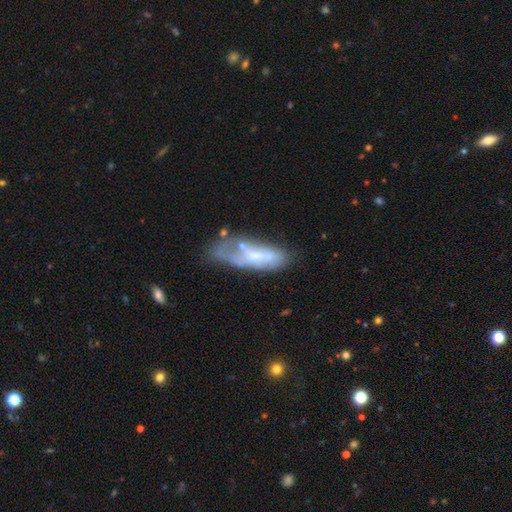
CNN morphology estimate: A featured or disk galaxy (54%). Merging: none (39%).